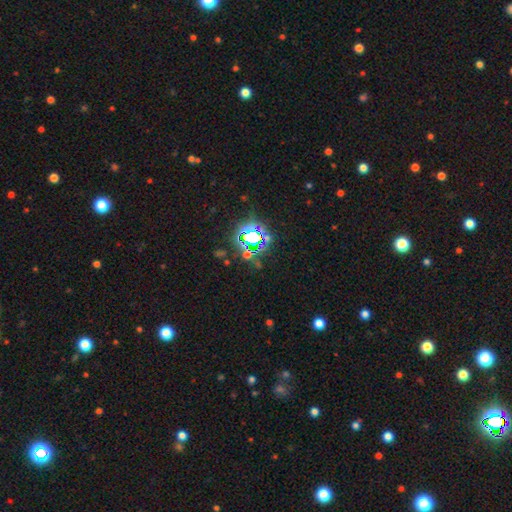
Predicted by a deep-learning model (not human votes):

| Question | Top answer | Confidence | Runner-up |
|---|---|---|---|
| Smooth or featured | star or artifact | 78% | smooth (14%) |